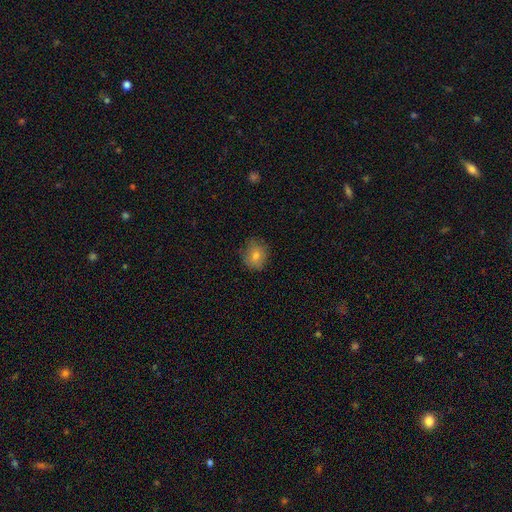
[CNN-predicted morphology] Overall: smooth (74%). How rounded: round (78%). Merging: none (78%).